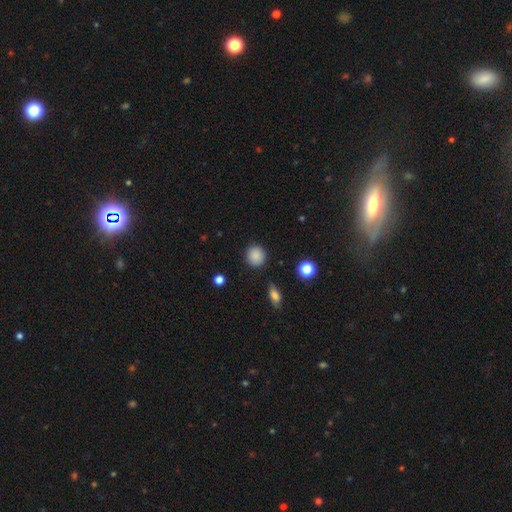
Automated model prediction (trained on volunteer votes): smooth-or-featured: smooth: 87% | star or artifact: 9% | featured or disk: 4%
  how-rounded: round: 86% | in between: 13% | cigar-shaped: 1%
  merging: none: 88% | minor disturbance: 8% | major disturbance: 3% | merger: 2%